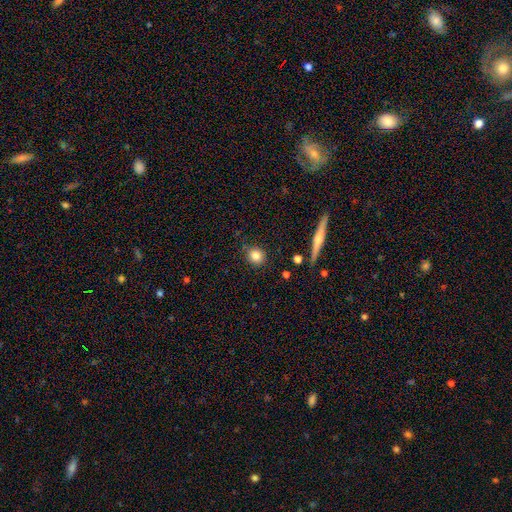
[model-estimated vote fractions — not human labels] Smooth or featured: smooth — 81% (star or artifact — 10%)
How rounded: round — 79% (in between — 19%)
Merging: none — 84% (minor disturbance — 11%)